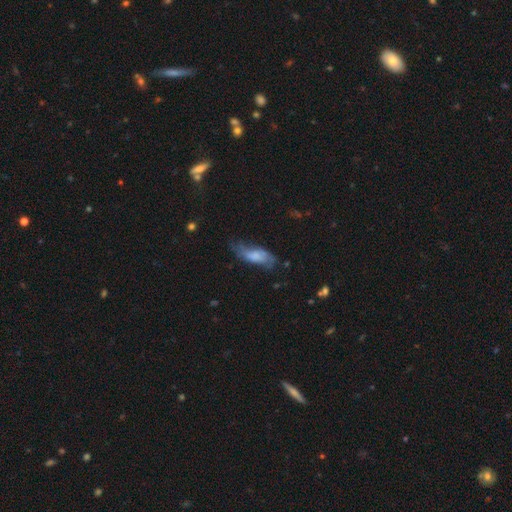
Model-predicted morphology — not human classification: Smooth or featured: smooth — 53% (featured or disk — 39%)
How rounded: in between — 74% (cigar-shaped — 23%)
Merging: none — 43% (minor disturbance — 32%)